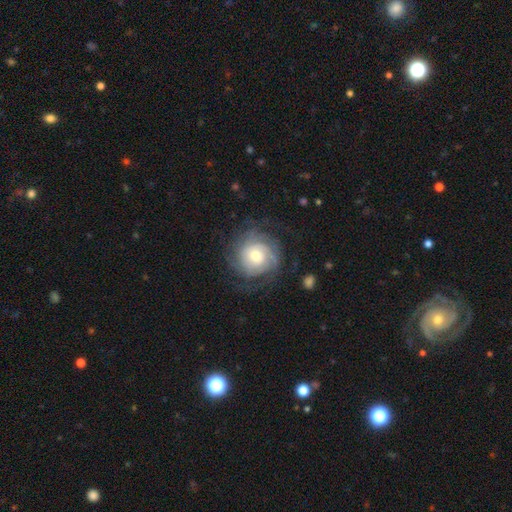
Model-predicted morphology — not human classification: This appears to be a featured or disk galaxy (73%) with no bar (73%), tight (66%) spiral arms (91%) and a moderate central bulge (60%). Merging: none (70%).